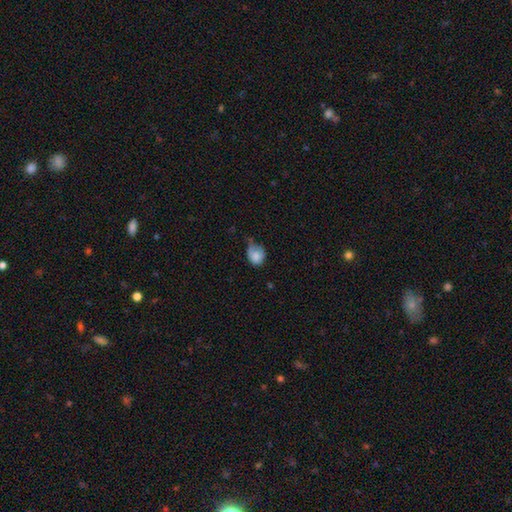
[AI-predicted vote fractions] This is likely a smooth galaxy (77%). How rounded: possibly round (56%). Merging: marginally minor disturbance (44%).